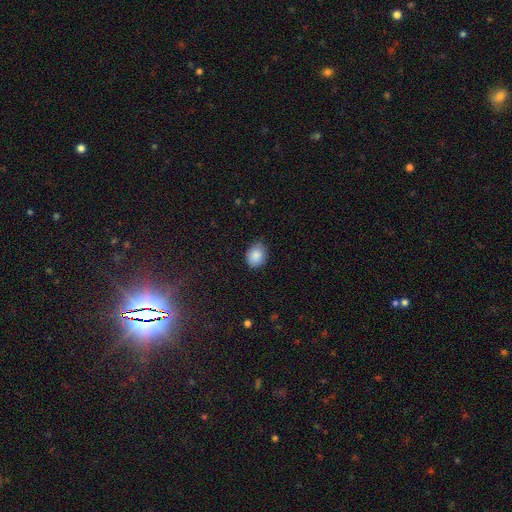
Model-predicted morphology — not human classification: type=smooth (87%); roundness=round (53%); merging=none (75%).